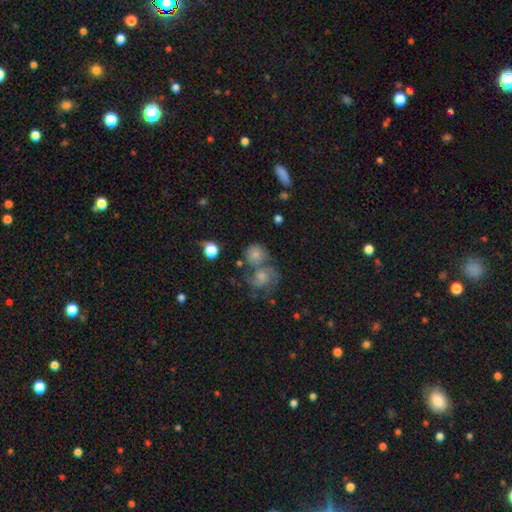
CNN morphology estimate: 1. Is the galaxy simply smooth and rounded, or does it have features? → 58% smooth, 31% featured or disk, 12% star or artifact.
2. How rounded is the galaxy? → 79% round, 20% in between, 1% cigar-shaped.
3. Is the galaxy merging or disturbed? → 42% merger, 38% none, 12% minor disturbance, 8% major disturbance.